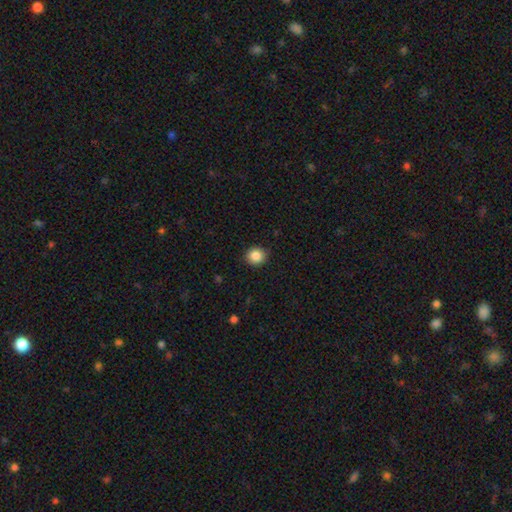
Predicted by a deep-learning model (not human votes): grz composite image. It shows a smooth galaxy with no disk features (86%) that is round (84%). Merging: none (89%).